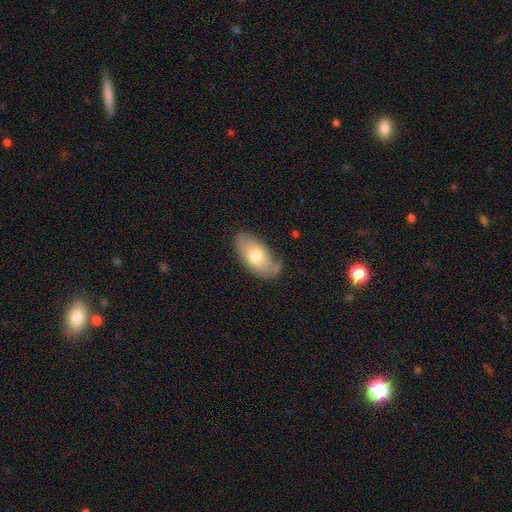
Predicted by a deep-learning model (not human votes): Smooth or featured? smooth (63%)
How rounded? in between (94%)
Merging? none (65%)